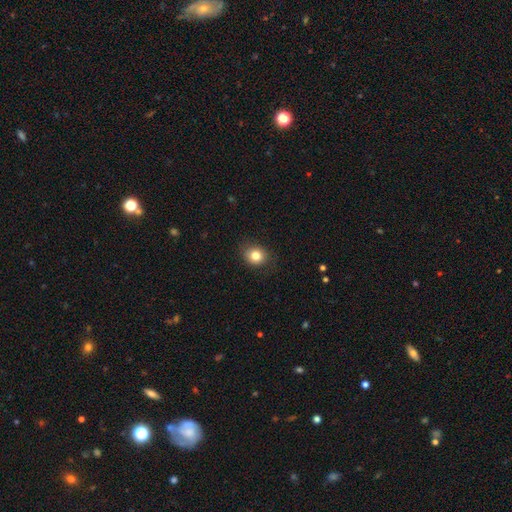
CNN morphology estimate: This is clearly a smooth galaxy (82%). How rounded: likely round (68%). Merging: clearly none (84%).